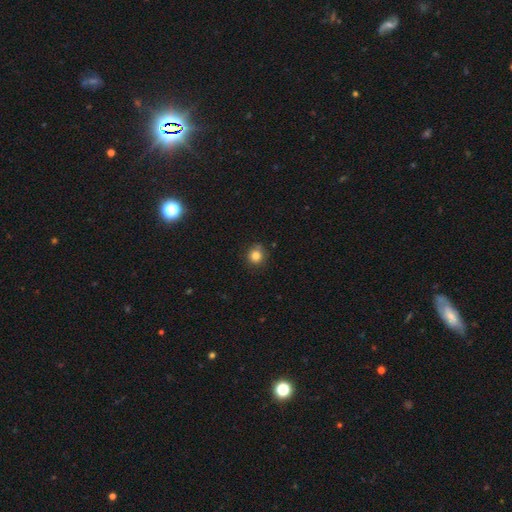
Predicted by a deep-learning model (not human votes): smooth 83%, star or artifact 11%, featured or disk 5%. Down the decision tree: how rounded — round (91%); merging — none (84%).